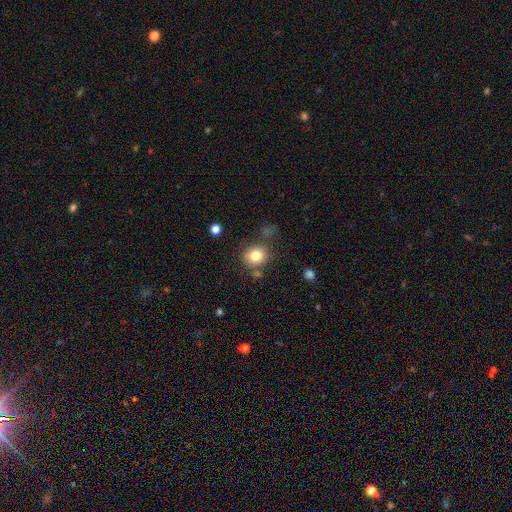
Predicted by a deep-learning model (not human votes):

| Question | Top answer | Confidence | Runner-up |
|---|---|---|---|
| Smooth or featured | smooth | 81% | star or artifact (11%) |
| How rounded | round | 76% | in between (23%) |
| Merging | none | 75% | minor disturbance (13%) |